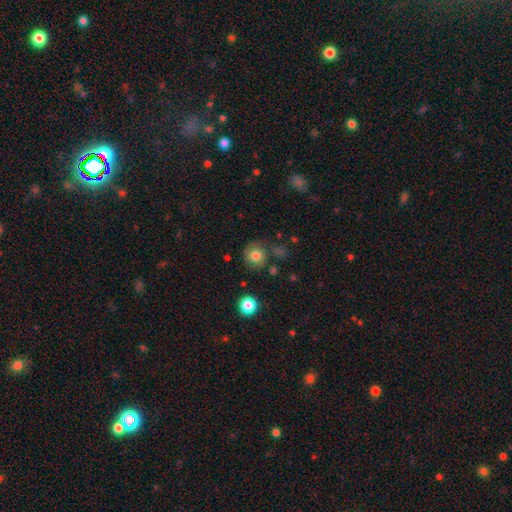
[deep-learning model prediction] A smooth galaxy with no disk features (78%) that is round (88%). Merging: none (74%).